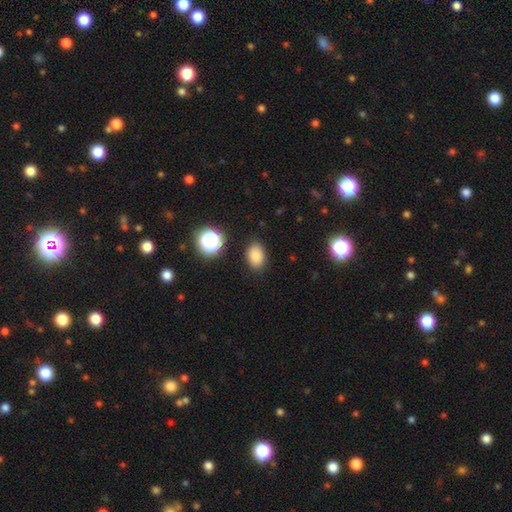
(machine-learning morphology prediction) This appears to be a smooth galaxy with no disk features (82%) that is in between round and cigar-shaped (81%). Merging: none (85%).